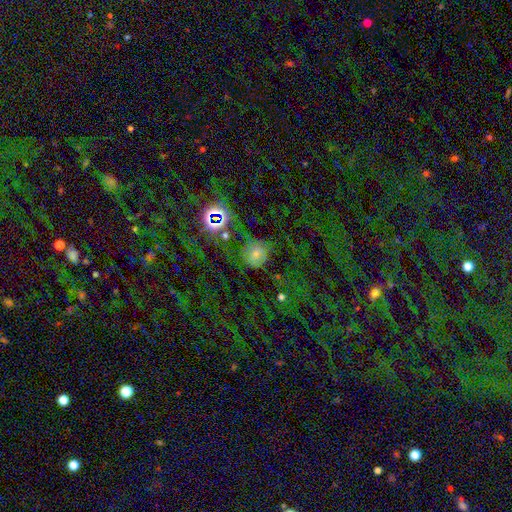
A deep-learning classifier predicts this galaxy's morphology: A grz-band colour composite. It shows a star or artifact, not a galaxy (46%).